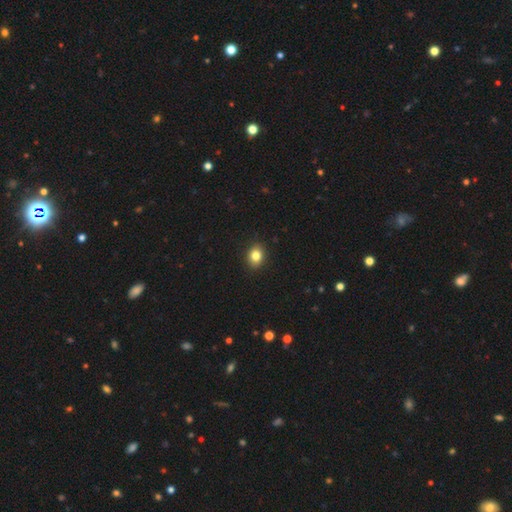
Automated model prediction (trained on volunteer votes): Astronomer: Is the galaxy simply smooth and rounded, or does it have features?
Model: smooth — 83%.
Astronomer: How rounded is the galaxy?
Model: in between — 54% (runner-up: round, 45%).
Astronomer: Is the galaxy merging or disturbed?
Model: none — 90%.